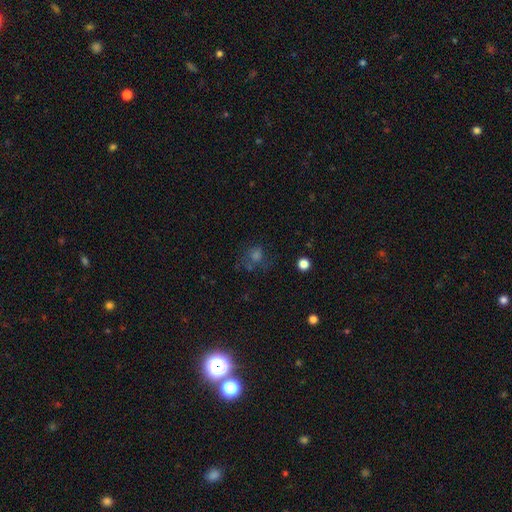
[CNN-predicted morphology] type=smooth (42%); merging=none (58%).